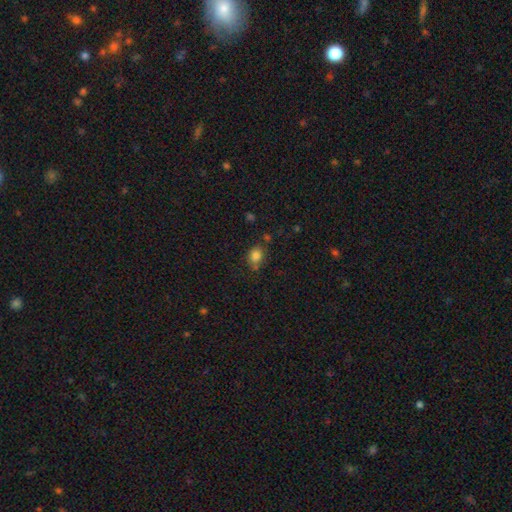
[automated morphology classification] This is clearly a smooth galaxy (82%). How rounded: possibly in between (51%). Merging: likely none (67%).